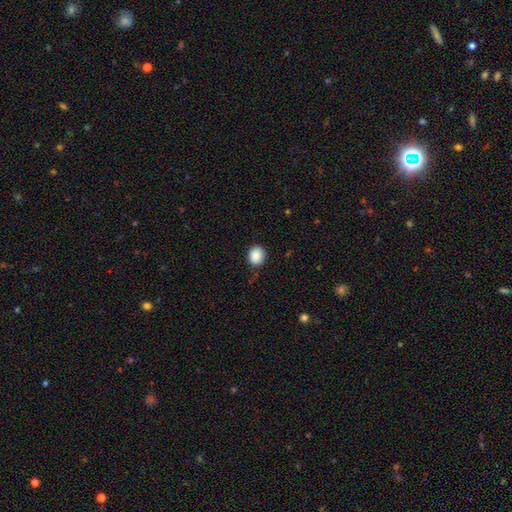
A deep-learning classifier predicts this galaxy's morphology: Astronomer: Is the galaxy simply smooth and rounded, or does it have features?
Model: smooth — 88%.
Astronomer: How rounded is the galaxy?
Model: round — 72%.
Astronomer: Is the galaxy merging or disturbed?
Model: none — 83%.